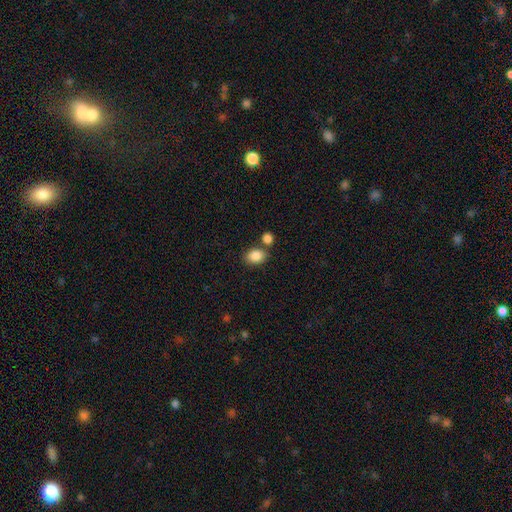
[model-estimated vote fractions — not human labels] The model was most divided on "how rounded": in between: 70%, round: 29%, cigar-shaped: 1%. More confident: smooth or featured — smooth (87%); merging — none (67%).